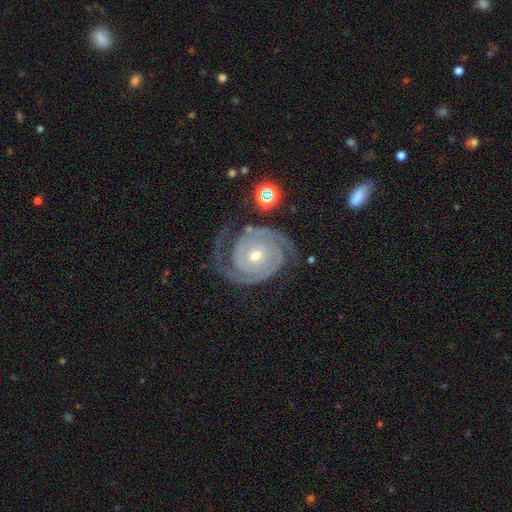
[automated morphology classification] Smooth or featured? featured or disk (92%)
Edge-on disk? no (98%)
Bar? no (71%)
Spiral arms? yes (98%)
Spiral winding? tight (74%)
Spiral arm count? 2 (87%)
Bulge size? moderate (49%)
Merging? none (76%)